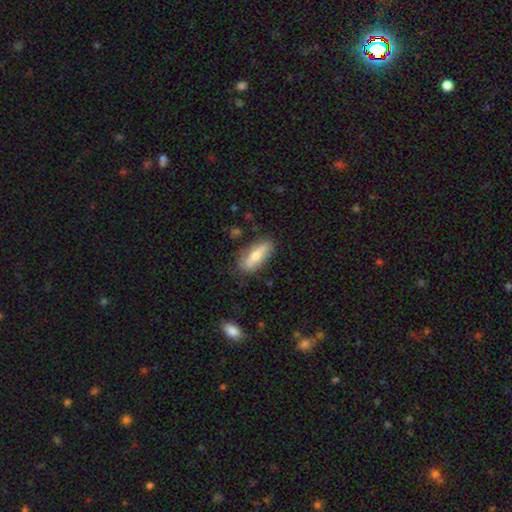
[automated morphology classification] A smooth galaxy with no disk features (62%) that is in between round and cigar-shaped (65%).

Vote fractions:
- Smooth or featured? smooth: 62% / featured or disk: 32% / star or artifact: 6%
- How rounded? in between: 65% / cigar-shaped: 33% / round: 3%
- Merging? none: 77% / minor disturbance: 17% / major disturbance: 4% / merger: 2%